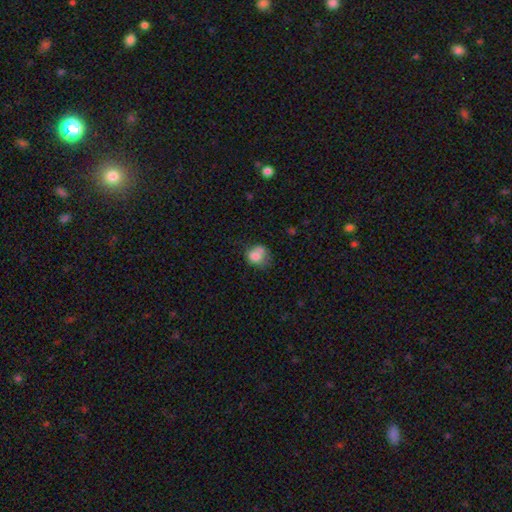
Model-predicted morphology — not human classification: A smooth galaxy with no disk features (75%) that is round (63%).

Vote fractions:
- Smooth or featured? smooth: 75% / featured or disk: 15% / star or artifact: 10%
- How rounded? round: 63% / in between: 36% / cigar-shaped: 1%
- Merging? none: 36% / minor disturbance: 26% / merger: 23% / major disturbance: 15%